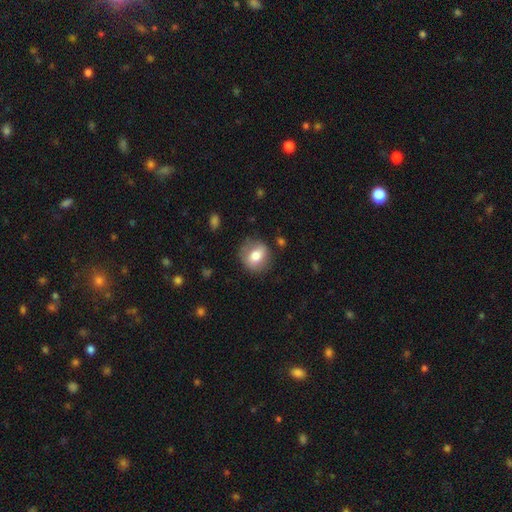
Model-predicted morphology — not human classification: Smooth or featured? Predicted: smooth (p=0.66). How rounded? Predicted: round (p=0.70). Merging? Predicted: none (p=0.77).